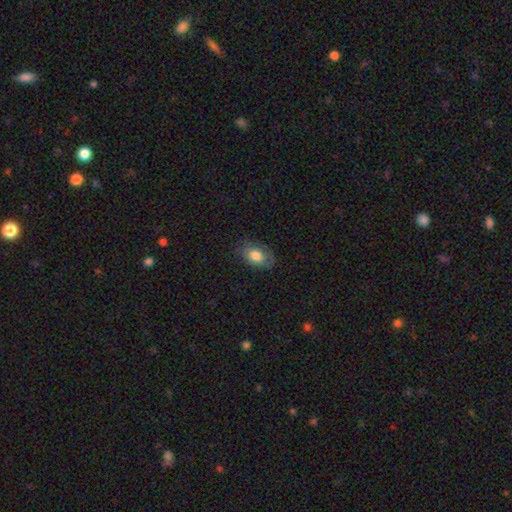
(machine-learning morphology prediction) This is likely a smooth galaxy (77%). How rounded: clearly in between (87%). Merging: likely none (76%).